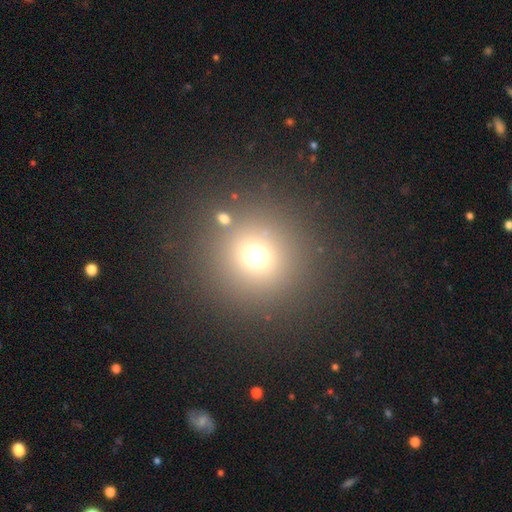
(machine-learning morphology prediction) smooth-or-featured: smooth: 66% | star or artifact: 25% | featured or disk: 9%
  how-rounded: round: 94% | in between: 5% | cigar-shaped: 1%
  merging: none: 82% | minor disturbance: 7% | merger: 6% | major disturbance: 5%